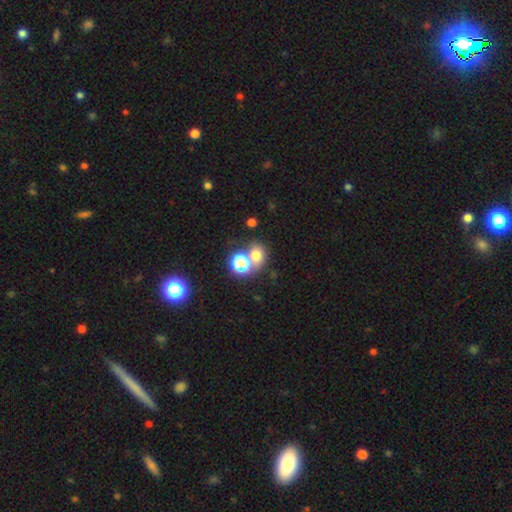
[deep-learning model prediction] The model was most divided on "merging": none: 53%, merger: 33%, minor disturbance: 9%, major disturbance: 5%. More confident: how rounded — round (66%); smooth or featured — smooth (66%).